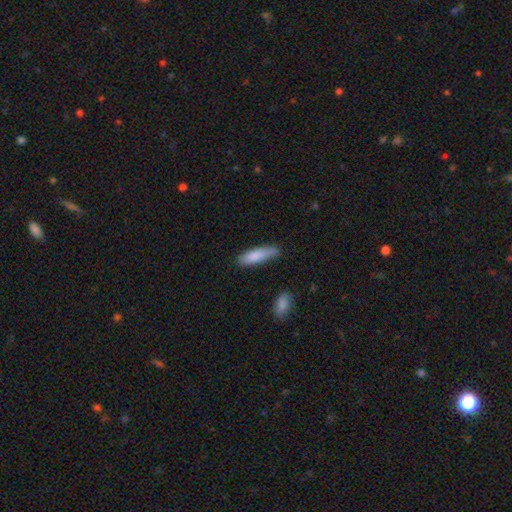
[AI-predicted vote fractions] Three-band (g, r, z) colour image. It shows a smooth galaxy with no disk features (83%) that is cigar-shaped (63%). Merging: none (69%).